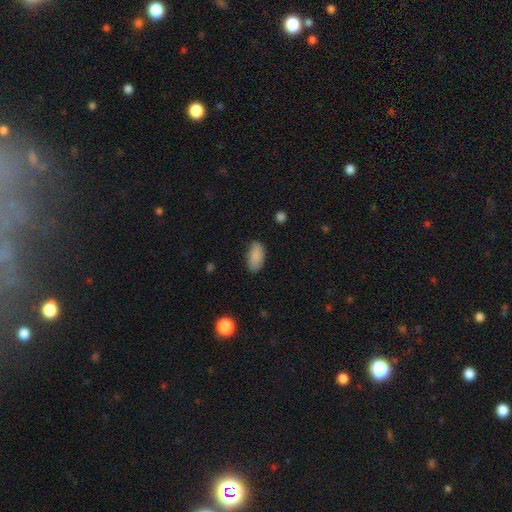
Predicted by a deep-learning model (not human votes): Q: Smooth or featured?
A: smooth (88%); runner-up: star or artifact (7%)
Q: How rounded?
A: in between (93%); runner-up: cigar-shaped (5%)
Q: Merging?
A: none (80%); runner-up: minor disturbance (16%)